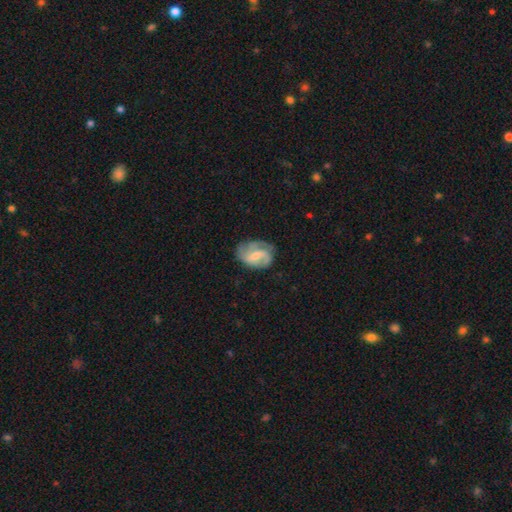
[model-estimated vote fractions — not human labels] Smooth or featured: featured or disk — 75% (smooth — 19%)
Edge-on disk: no — 98% (yes — 2%)
Bar: weak — 51% (no — 32%)
Spiral arms: yes — 93% (no — 7%)
Spiral winding: medium — 48% (tight — 27%)
Spiral arm count: 2 — 49% (3 — 25%)
Bulge size: small — 47% (moderate — 42%)
Merging: none — 63% (minor disturbance — 23%)